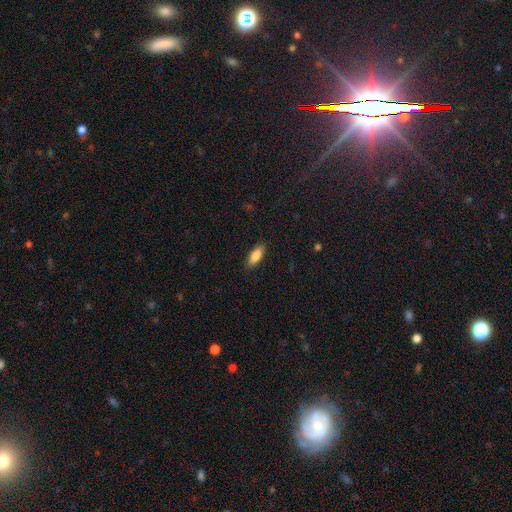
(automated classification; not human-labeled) The model was most divided on "how rounded": in between: 75%, cigar-shaped: 23%, round: 2%. More confident: merging — none (88%); smooth or featured — smooth (84%).